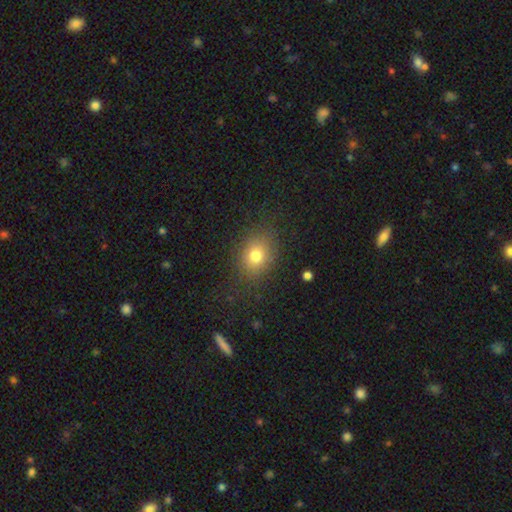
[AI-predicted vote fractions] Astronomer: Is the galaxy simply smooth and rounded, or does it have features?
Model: smooth — 77%.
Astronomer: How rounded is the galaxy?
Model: round — 50% (runner-up: in between, 49%).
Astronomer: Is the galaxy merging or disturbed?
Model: none — 82%.